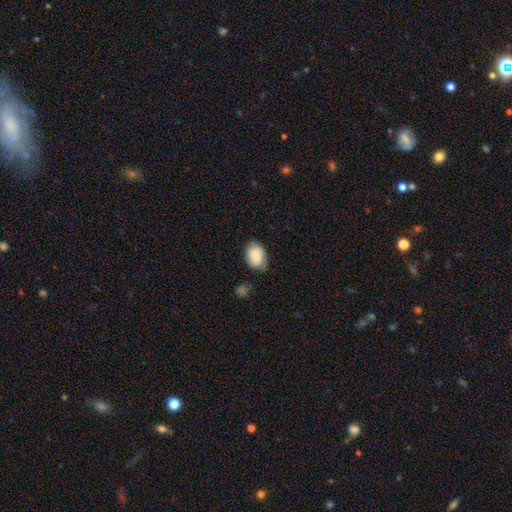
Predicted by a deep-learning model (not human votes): This appears to be a smooth galaxy with no disk features (80%) that is in between round and cigar-shaped (80%). Merging: none (68%).